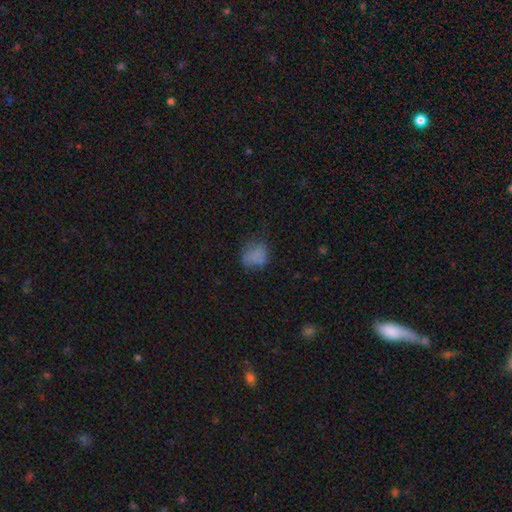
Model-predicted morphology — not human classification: type=smooth (71%); roundness=round (58%); merging=none (52%).